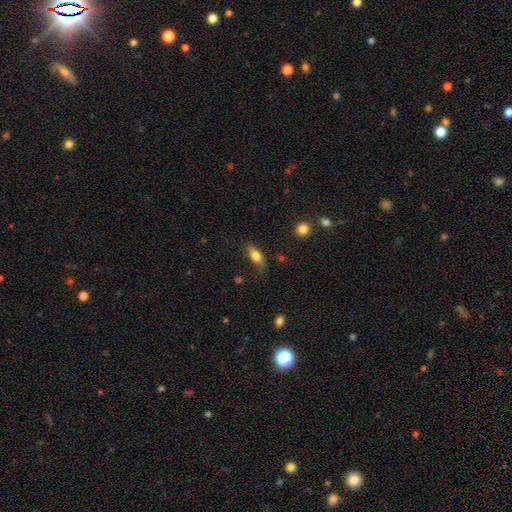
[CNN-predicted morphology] This appears to be a smooth galaxy with no disk features (77%) that is in between round and cigar-shaped (80%). Merging: none (66%).